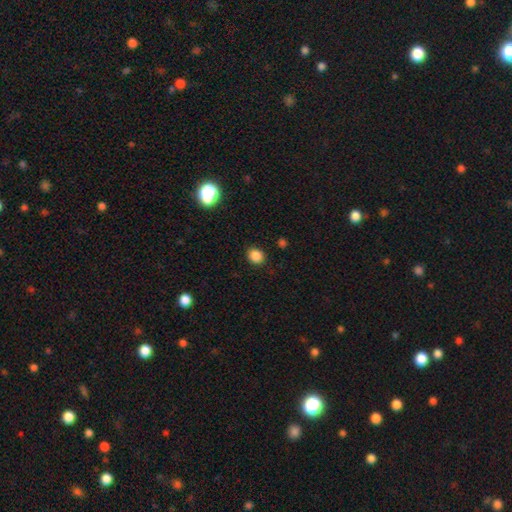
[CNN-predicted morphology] Smooth or featured? Predicted: smooth (p=0.85). How rounded? Predicted: round (p=0.66). Merging? Predicted: none (p=0.88).